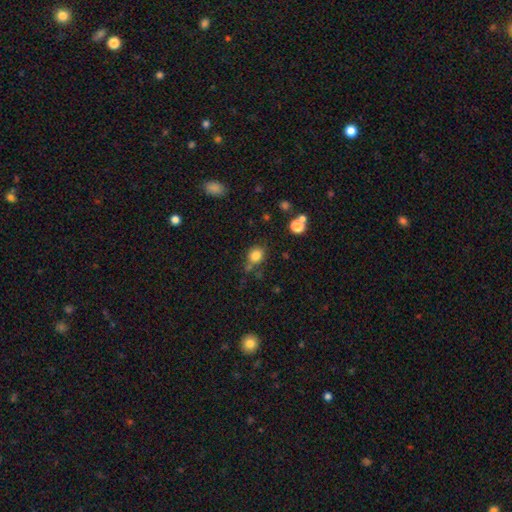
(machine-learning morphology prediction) Smooth or featured?
  - smooth: 81% *
  - star or artifact: 12%
  - featured or disk: 6%
How rounded?
  - round: 70% *
  - in between: 29%
  - cigar-shaped: 1%
Merging?
  - none: 69% *
  - minor disturbance: 16%
  - merger: 10%
  - major disturbance: 5%